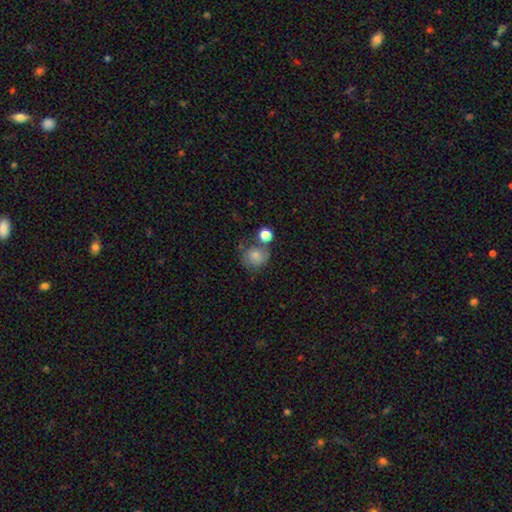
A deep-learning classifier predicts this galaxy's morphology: Smooth or featured?
  - smooth: 75% *
  - featured or disk: 16%
  - star or artifact: 10%
How rounded?
  - round: 82% *
  - in between: 18%
  - cigar-shaped: 1%
Merging?
  - none: 50% *
  - merger: 21%
  - minor disturbance: 19%
  - major disturbance: 10%